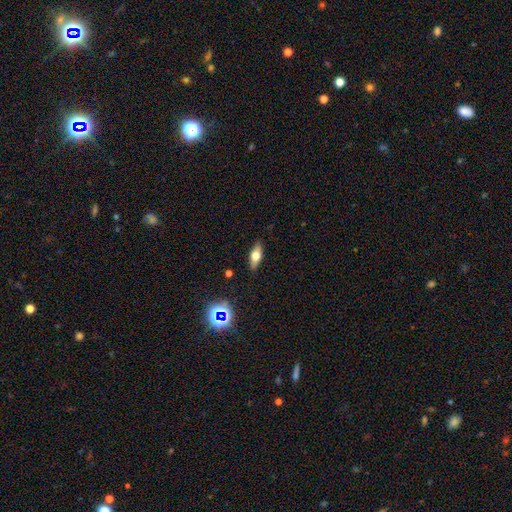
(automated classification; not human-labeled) This appears to be a smooth galaxy with no disk features (49%). Merging: none (87%).